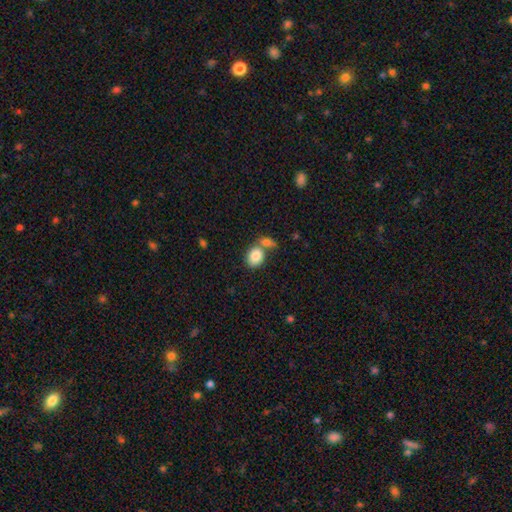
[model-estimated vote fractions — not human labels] A smooth galaxy with no disk features (84%) that is in between round and cigar-shaped (61%).

Vote fractions:
- Smooth or featured? smooth: 84% / featured or disk: 8% / star or artifact: 7%
- How rounded? in between: 61% / round: 38% / cigar-shaped: 1%
- Merging? merger: 43% / none: 42% / minor disturbance: 11% / major disturbance: 4%